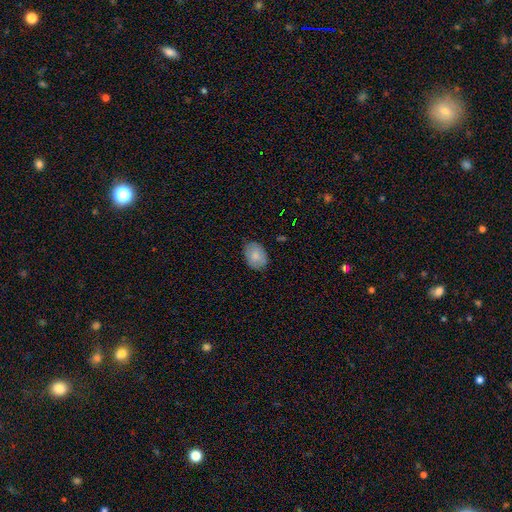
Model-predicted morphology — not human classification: Overall: smooth (81%). How rounded: in between (74%). Merging: none (81%).